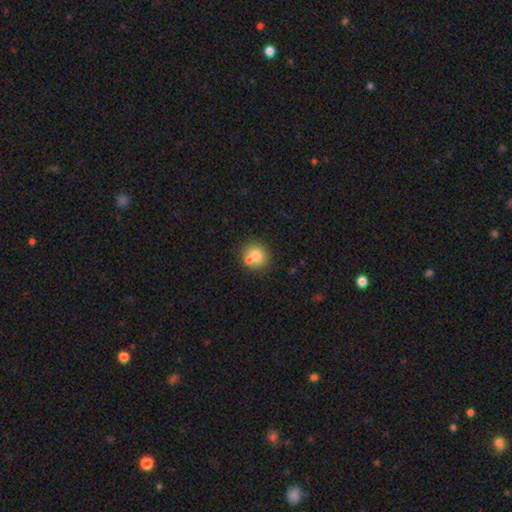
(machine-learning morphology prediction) This appears to be a smooth galaxy with no disk features (75%) that is round (84%). Merging: none (59%).